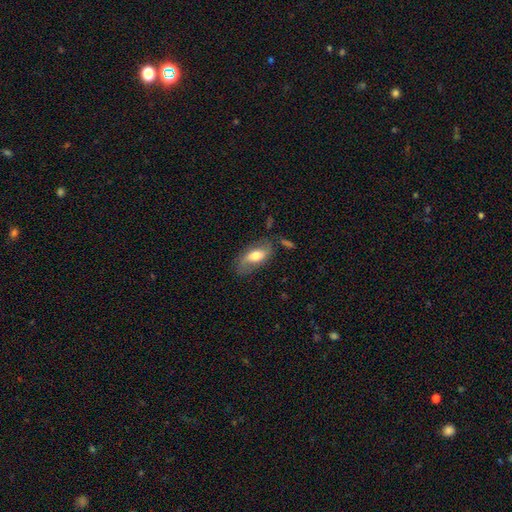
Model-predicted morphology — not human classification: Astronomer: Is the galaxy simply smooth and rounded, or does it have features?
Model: smooth — 60%.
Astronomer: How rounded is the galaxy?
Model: in between — 87%.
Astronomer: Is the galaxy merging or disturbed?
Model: none — 66%.